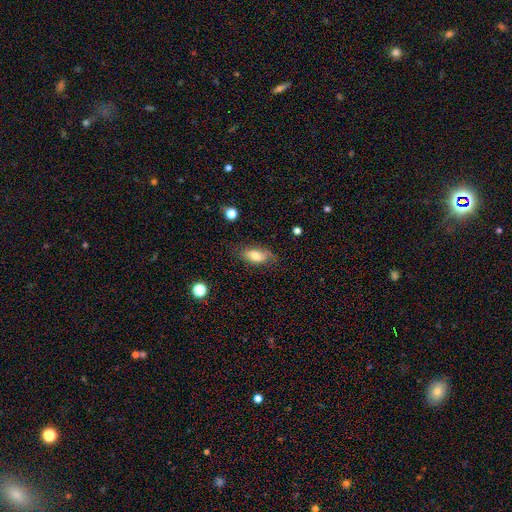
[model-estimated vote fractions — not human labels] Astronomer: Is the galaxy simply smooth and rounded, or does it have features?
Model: smooth — 68%.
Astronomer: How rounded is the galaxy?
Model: in between — 88%.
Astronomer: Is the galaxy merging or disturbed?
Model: none — 66%.